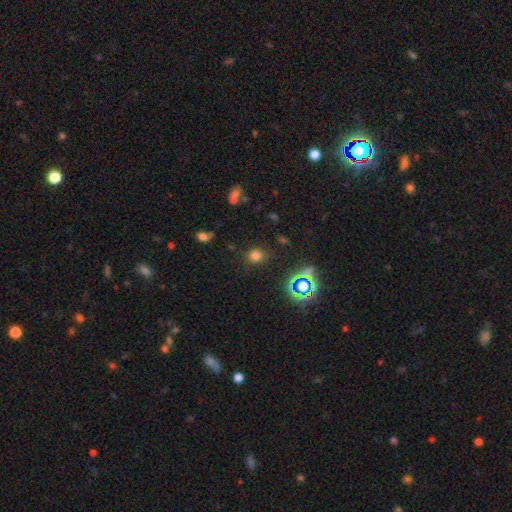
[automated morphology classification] Smooth or featured? smooth (72%)
How rounded? round (79%)
Merging? none (85%)